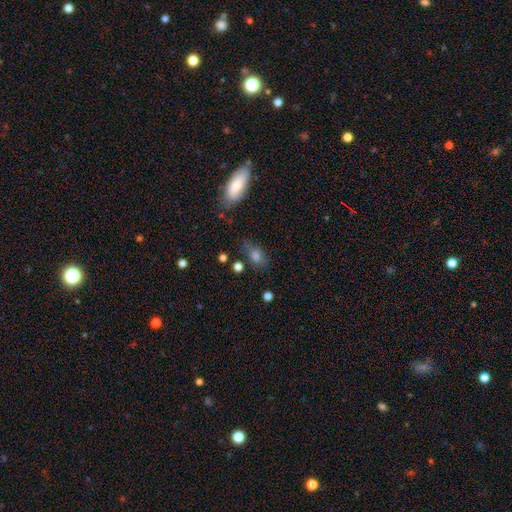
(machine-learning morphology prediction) A smooth galaxy with no disk features (73%) that is in between round and cigar-shaped (80%).

Vote fractions:
- Smooth or featured? smooth: 73% / star or artifact: 14% / featured or disk: 14%
- How rounded? in between: 80% / round: 13% / cigar-shaped: 7%
- Merging? none: 63% / minor disturbance: 24% / major disturbance: 9% / merger: 5%